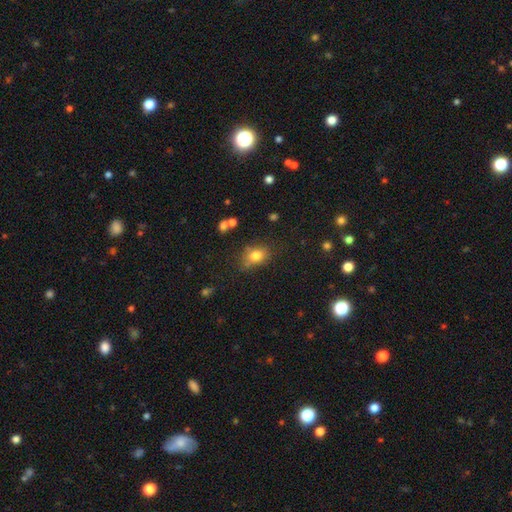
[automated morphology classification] smooth-or-featured: smooth: 80% | star or artifact: 11% | featured or disk: 9%
  how-rounded: in between: 57% | round: 42% | cigar-shaped: 1%
  merging: none: 67% | minor disturbance: 22% | major disturbance: 6% | merger: 4%